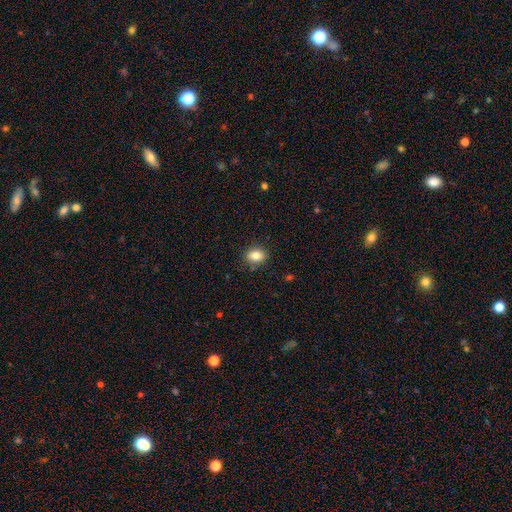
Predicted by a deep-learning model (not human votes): The model was most divided on "how rounded": in between: 55%, round: 43%, cigar-shaped: 1%. More confident: merging — none (86%); smooth or featured — smooth (83%).